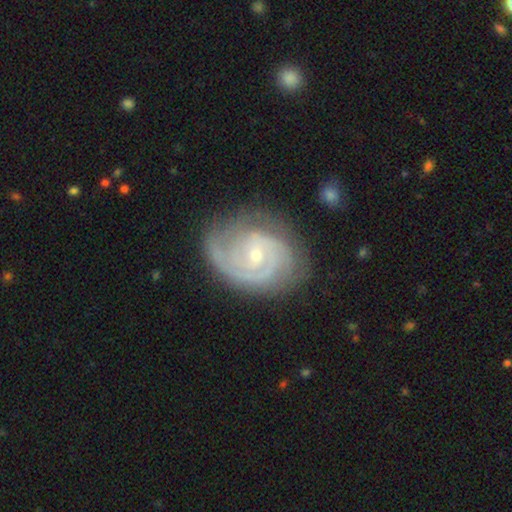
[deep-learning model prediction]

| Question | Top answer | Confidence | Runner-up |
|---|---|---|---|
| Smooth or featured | featured or disk | 89% | smooth (7%) |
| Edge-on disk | no | 98% | yes (2%) |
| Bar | no | 59% | weak (34%) |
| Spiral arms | yes | 97% | no (3%) |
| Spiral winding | tight | 66% | medium (29%) |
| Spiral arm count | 2 | 43% | 3 (25%) |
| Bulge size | small | 65% | moderate (32%) |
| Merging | none | 73% | minor disturbance (19%) |